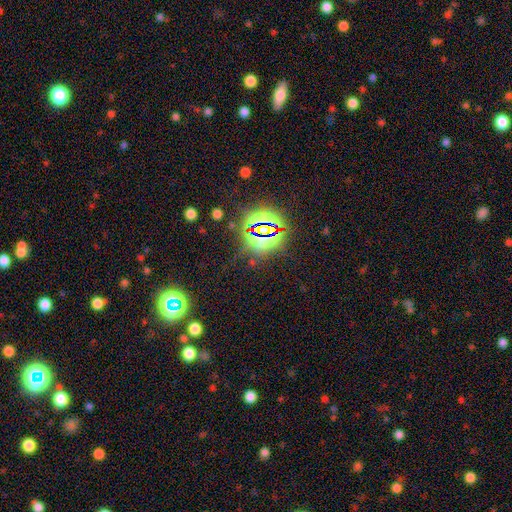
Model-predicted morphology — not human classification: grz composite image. It shows a star or artifact, not a galaxy (83%).